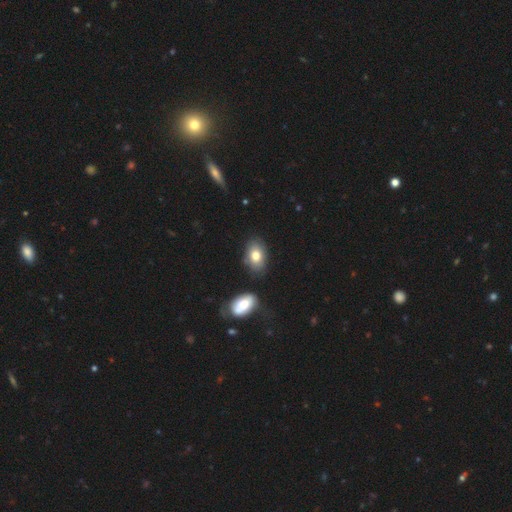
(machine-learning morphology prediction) smooth 77%, featured or disk 15%, star or artifact 8%. Down the decision tree: how rounded — in between (86%); merging — none (76%).